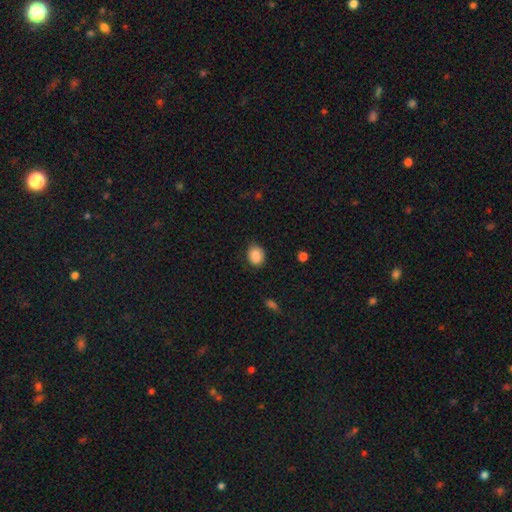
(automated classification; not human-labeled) A smooth galaxy with no disk features (89%) that is round (51%). Merging: none (81%).